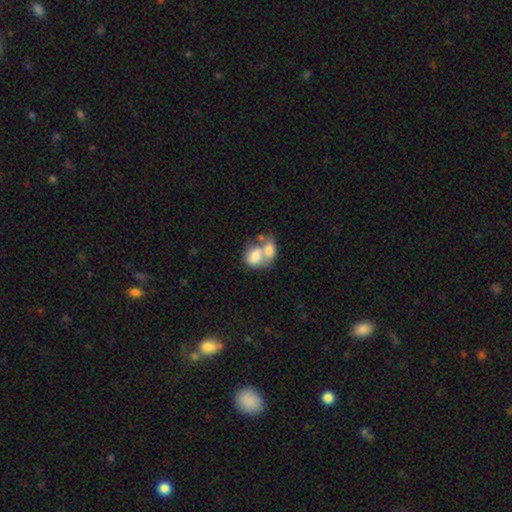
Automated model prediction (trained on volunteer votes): Smooth or featured? smooth (72%)
How rounded? in between (68%)
Merging? merger (74%)